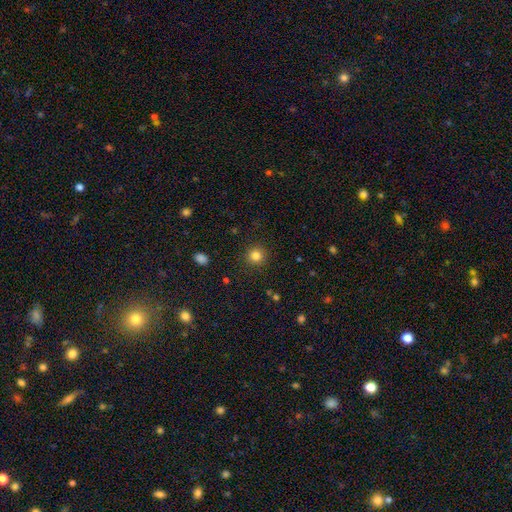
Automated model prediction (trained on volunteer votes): This is clearly a smooth galaxy (82%). How rounded: clearly round (93%). Merging: clearly none (90%).